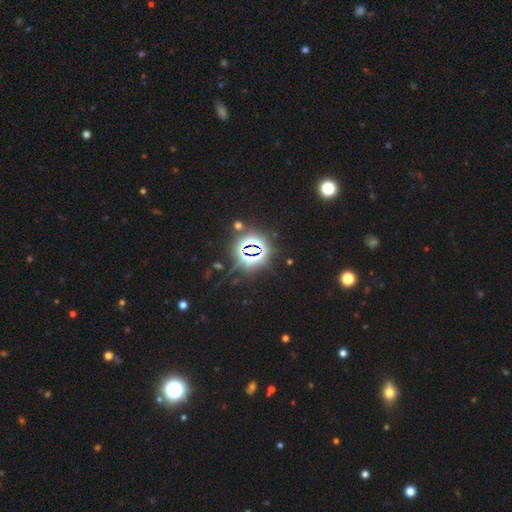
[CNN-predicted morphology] Smooth or featured: star or artifact — 84% (smooth — 10%)